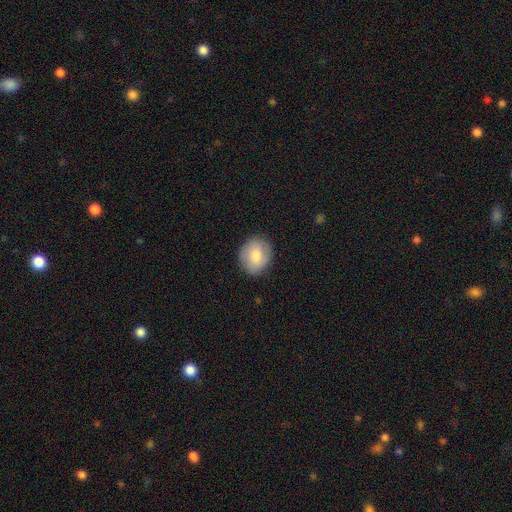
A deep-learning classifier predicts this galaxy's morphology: A smooth galaxy with no disk features (75%) that is round (59%).

Vote fractions:
- Smooth or featured? smooth: 75% / featured or disk: 18% / star or artifact: 7%
- How rounded? round: 59% / in between: 40% / cigar-shaped: 1%
- Merging? none: 85% / minor disturbance: 11% / major disturbance: 3% / merger: 1%